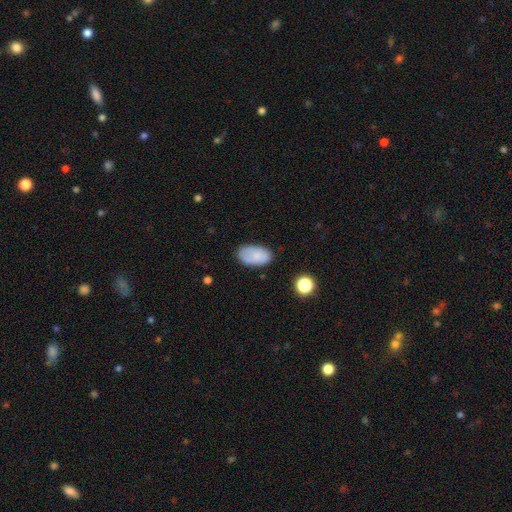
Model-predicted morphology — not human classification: Smooth or featured? Predicted: smooth (p=0.74). How rounded? Predicted: in between (p=0.93). Merging? Predicted: none (p=0.71).